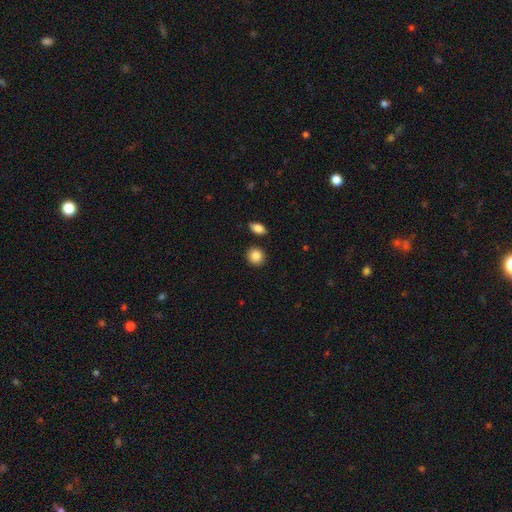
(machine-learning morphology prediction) Smooth or featured?
  - smooth: 86% *
  - star or artifact: 8%
  - featured or disk: 6%
How rounded?
  - round: 84% *
  - in between: 15%
  - cigar-shaped: 1%
Merging?
  - none: 87% *
  - minor disturbance: 7%
  - merger: 4%
  - major disturbance: 2%